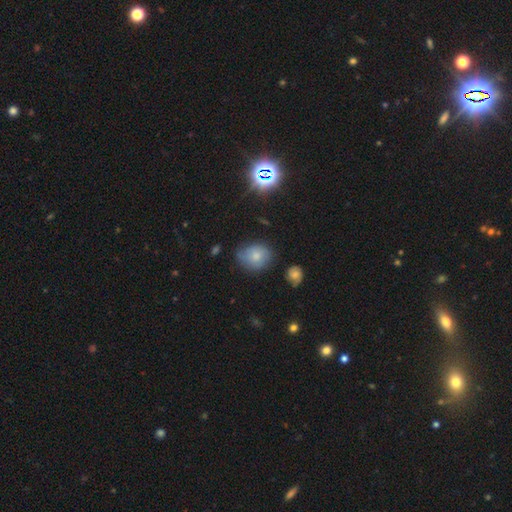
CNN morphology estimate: Smooth or featured? Predicted: smooth (p=0.73). How rounded? Predicted: round (p=0.57). Merging? Predicted: none (p=0.59).